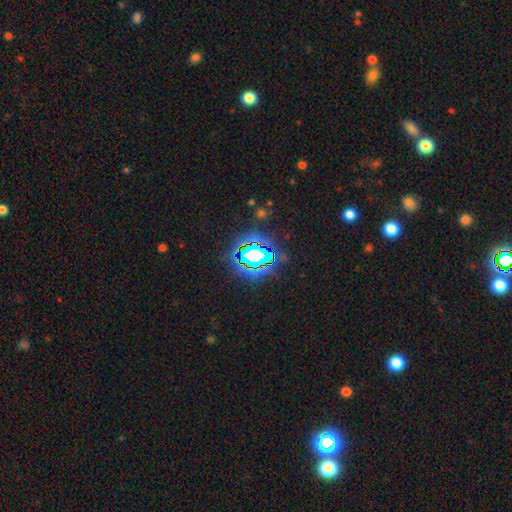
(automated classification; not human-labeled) Morphology: type=star or artifact (67%).